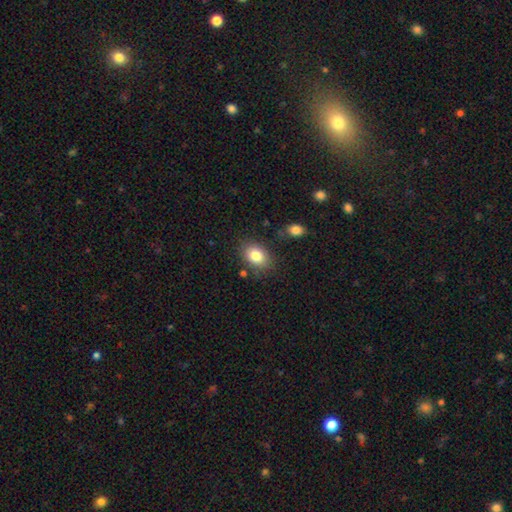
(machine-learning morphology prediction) A smooth galaxy with no disk features (82%) that is in between round and cigar-shaped (71%). Merging: none (80%).